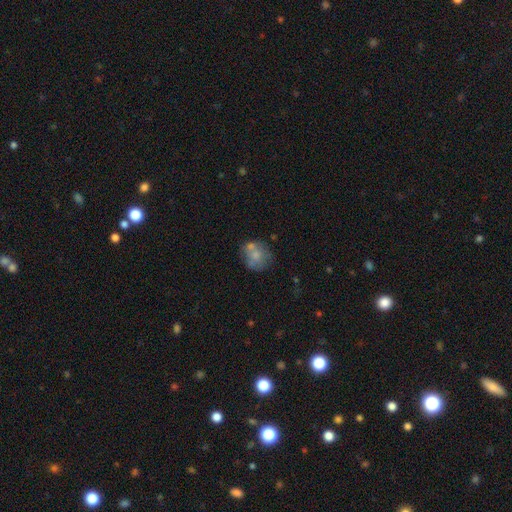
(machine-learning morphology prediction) Smooth or featured? smooth (59%)
How rounded? round (68%)
Merging? none (48%)